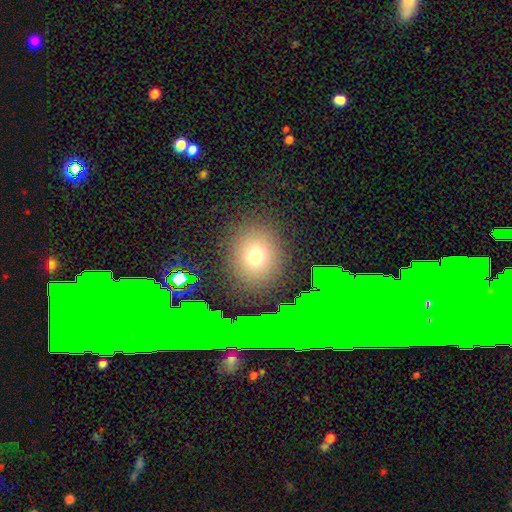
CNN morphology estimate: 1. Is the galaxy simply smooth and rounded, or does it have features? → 71% smooth, 20% star or artifact, 10% featured or disk.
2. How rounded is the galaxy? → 74% round, 25% in between, 1% cigar-shaped.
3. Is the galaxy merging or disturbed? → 86% none, 7% minor disturbance, 4% major disturbance, 2% merger.